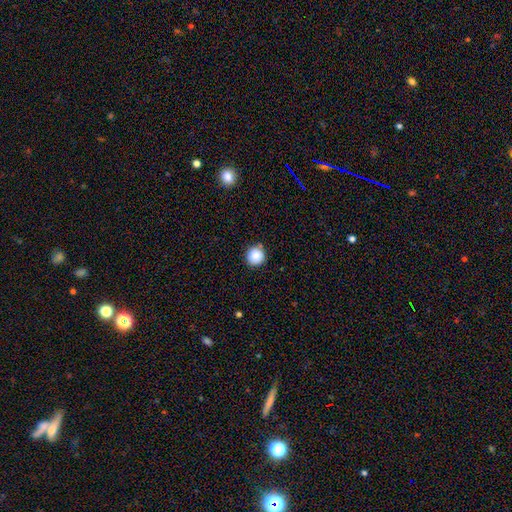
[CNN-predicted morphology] Q: Smooth or featured?
A: smooth (87%); runner-up: star or artifact (9%)
Q: How rounded?
A: round (94%); runner-up: in between (5%)
Q: Merging?
A: none (87%); runner-up: minor disturbance (9%)